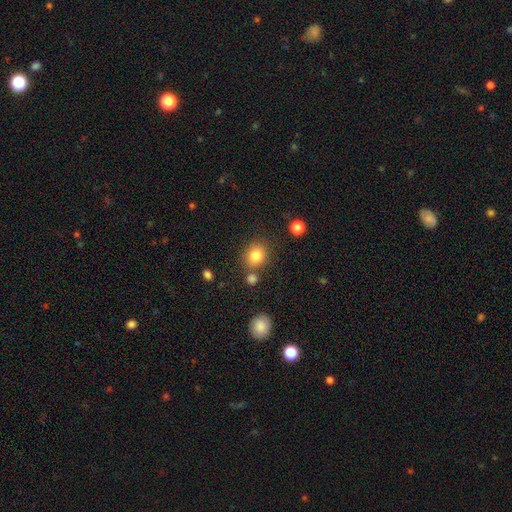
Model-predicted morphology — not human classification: This appears to be a smooth galaxy with no disk features (82%) that is round (77%). Merging: none (74%).